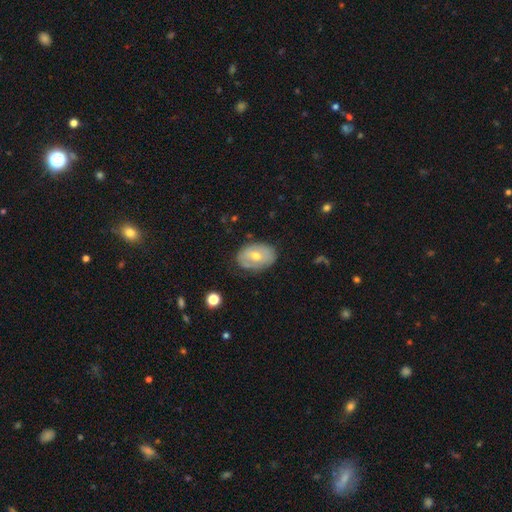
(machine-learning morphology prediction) A smooth galaxy with no disk features (48%). Merging: none (75%).